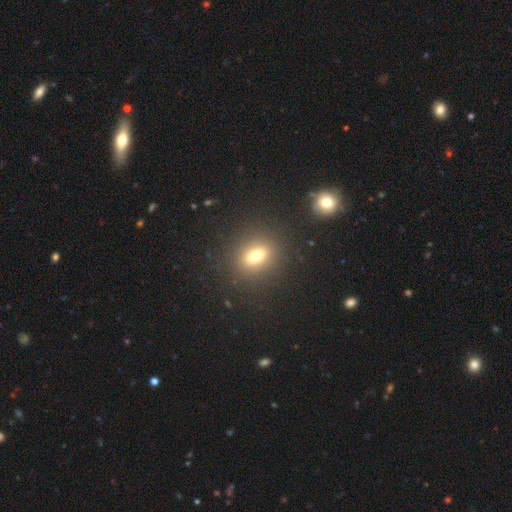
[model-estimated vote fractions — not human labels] A smooth galaxy with no disk features (66%) that is in between round and cigar-shaped (57%).

Vote fractions:
- Smooth or featured? smooth: 66% / featured or disk: 19% / star or artifact: 15%
- How rounded? in between: 57% / round: 36% / cigar-shaped: 7%
- Merging? none: 87% / minor disturbance: 7% / major disturbance: 4% / merger: 2%